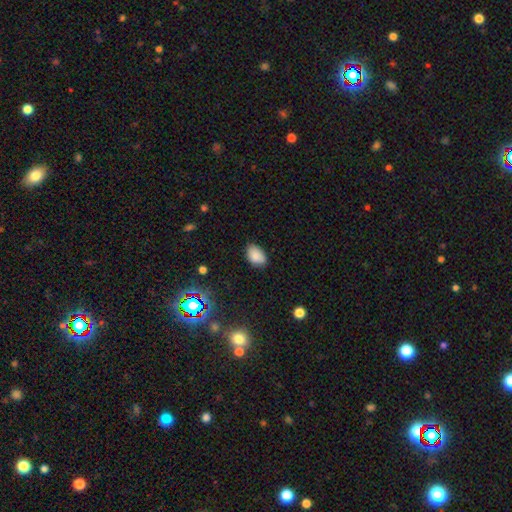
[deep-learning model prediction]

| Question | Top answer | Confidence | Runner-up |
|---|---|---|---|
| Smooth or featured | smooth | 84% | star or artifact (10%) |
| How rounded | in between | 89% | round (10%) |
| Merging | none | 81% | minor disturbance (15%) |